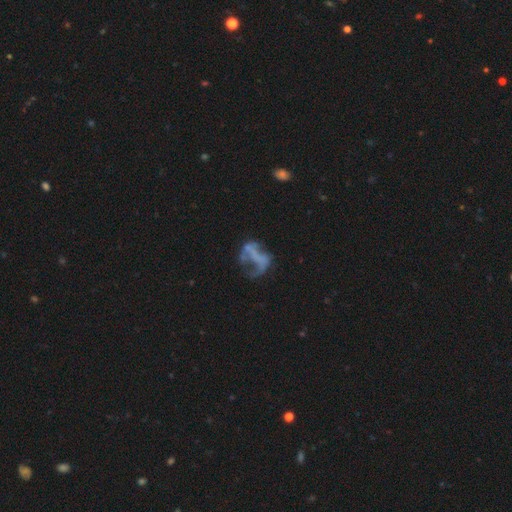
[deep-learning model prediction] A featured or disk galaxy (60%) with no bar (74%), no spiral arms (73%) and no central bulge (84%).

Vote fractions:
- Smooth or featured? featured or disk: 60% / smooth: 24% / star or artifact: 17%
- Edge-on disk? no: 96% / yes: 4%
- Bar? no: 74% / weak: 14% / strong: 12%
- Spiral arms? no: 73% / yes: 27%
- Bulge size? none: 84% / small: 7% / moderate: 4% / large: 3% / dominant: 2%
- Merging? major disturbance: 43% / none: 31% / minor disturbance: 16% / merger: 10%